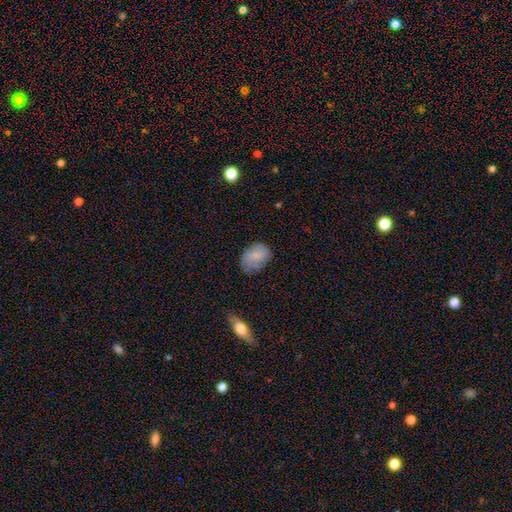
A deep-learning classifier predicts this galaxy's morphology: Overall: smooth (76%). How rounded: in between (78%). Merging: none (56%; minor disturbance 31%).